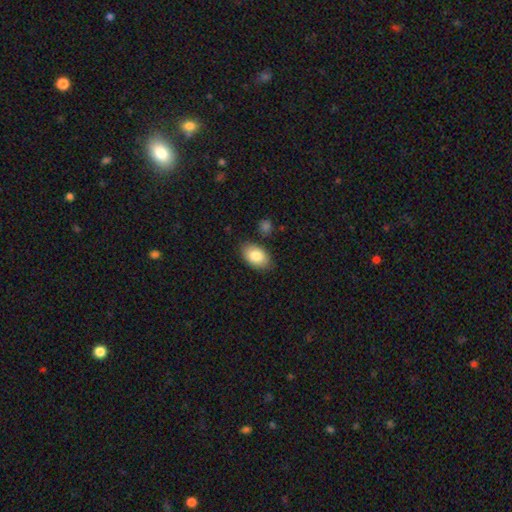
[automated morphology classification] Smooth or featured? smooth (84%)
How rounded? in between (91%)
Merging? none (83%)